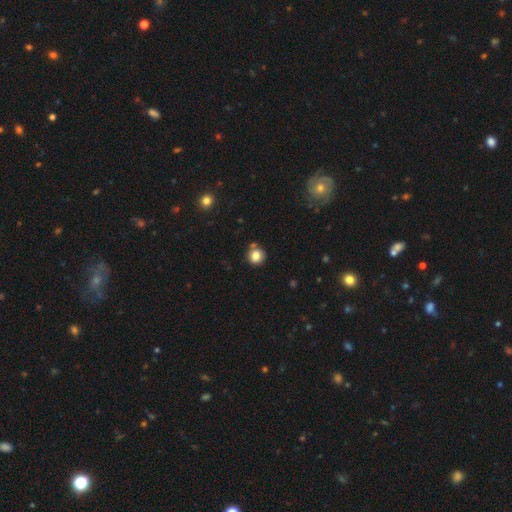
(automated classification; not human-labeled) The model was most divided on "merging": none: 75%, minor disturbance: 12%, merger: 9%, major disturbance: 3%. More confident: how rounded — round (88%); smooth or featured — smooth (82%).